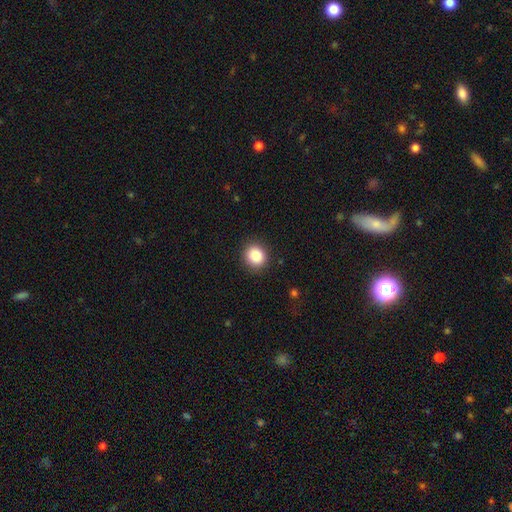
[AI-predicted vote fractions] Overall: smooth (88%). How rounded: round (82%). Merging: none (89%).